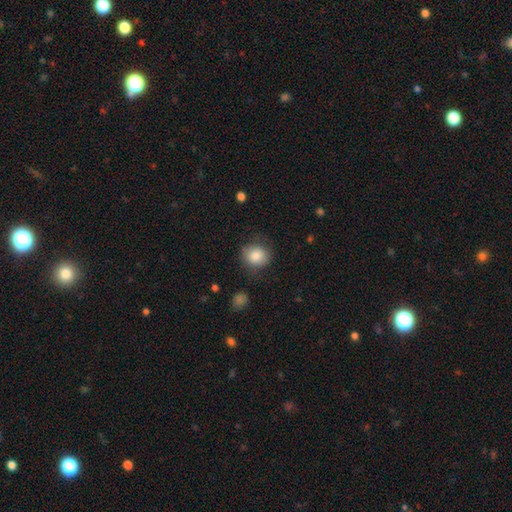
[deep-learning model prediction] Smooth or featured? smooth (84%)
How rounded? round (77%)
Merging? none (75%)